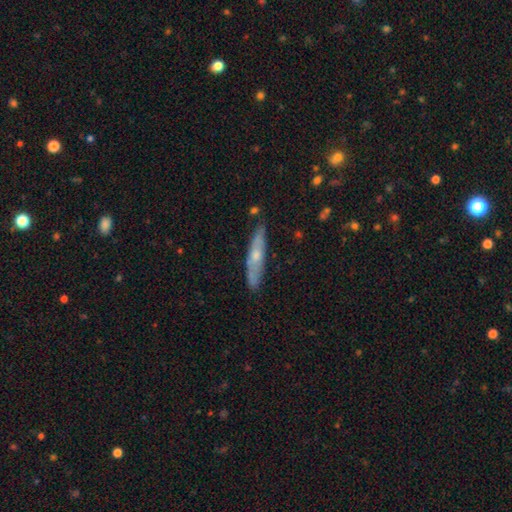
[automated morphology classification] Smooth or featured: featured or disk — 51% (smooth — 42%)
Edge-on disk: yes — 73% (no — 27%)
Merging: none — 81% (minor disturbance — 14%)